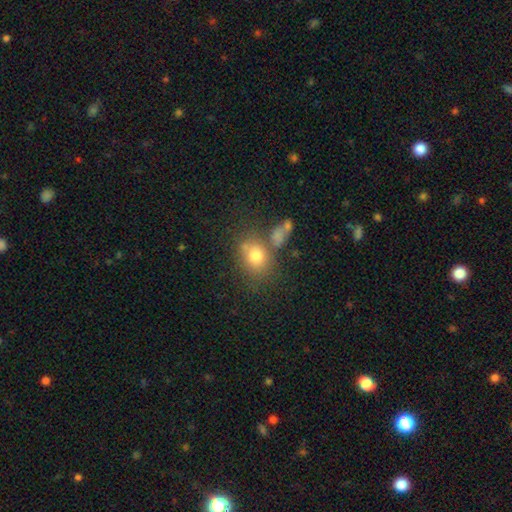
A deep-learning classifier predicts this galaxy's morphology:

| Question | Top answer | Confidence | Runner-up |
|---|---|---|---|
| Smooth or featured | smooth | 75% | featured or disk (13%) |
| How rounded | round | 50% | in between (48%) |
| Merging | none | 54% | merger (21%) |